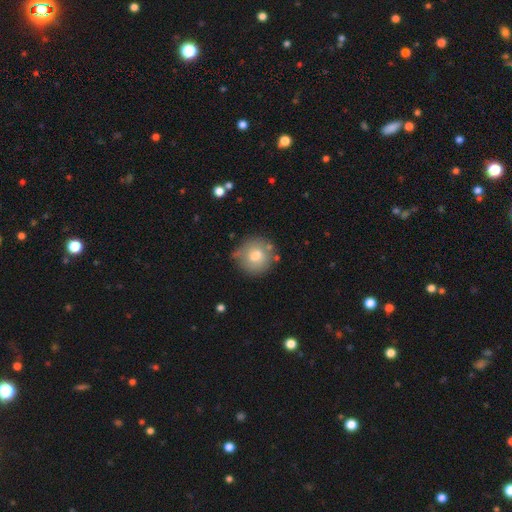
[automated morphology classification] Overall: smooth (71%). How rounded: round (90%). Merging: none (69%).